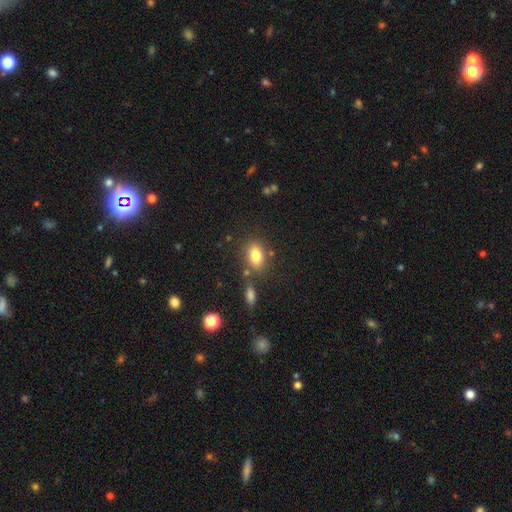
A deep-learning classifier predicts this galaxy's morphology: Smooth or featured? smooth (81%)
How rounded? in between (82%)
Merging? none (72%)